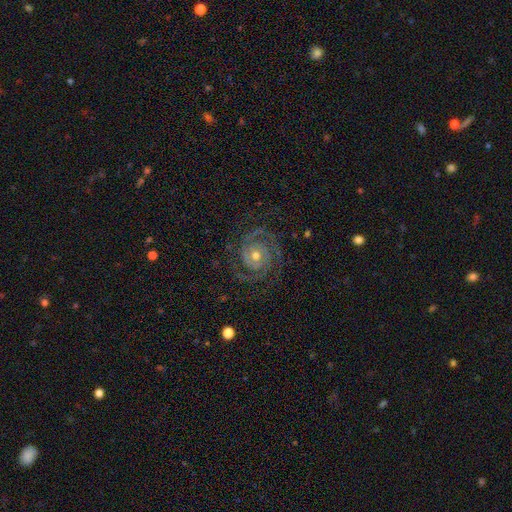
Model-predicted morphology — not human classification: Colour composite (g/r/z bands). It shows a featured or disk galaxy (91%) with no bar (71%), 2 (63%) tight (70%) spiral arms (98%) and a moderate central bulge (60%). Merging: none (79%).